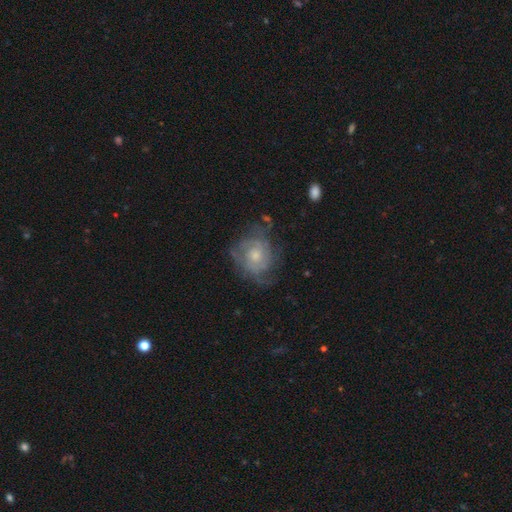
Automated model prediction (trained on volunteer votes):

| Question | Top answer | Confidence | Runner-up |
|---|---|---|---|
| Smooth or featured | featured or disk | 70% | smooth (22%) |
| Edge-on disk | no | 97% | yes (3%) |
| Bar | no | 80% | weak (17%) |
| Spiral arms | yes | 81% | no (19%) |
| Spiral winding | tight | 54% | medium (33%) |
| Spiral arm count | can't tell | 48% | 2 (19%) |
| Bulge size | moderate | 53% | small (38%) |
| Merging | none | 60% | minor disturbance (23%) |